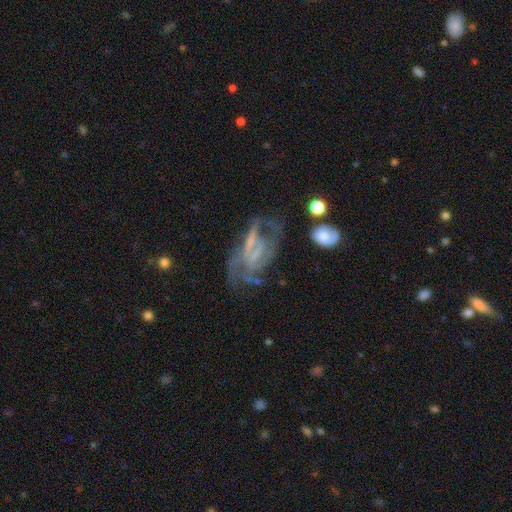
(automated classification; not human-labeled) Smooth or featured?
  - featured or disk: 67% *
  - star or artifact: 18%
  - smooth: 15%
Edge-on disk?
  - no: 95% *
  - yes: 5%
Bar?
  - no: 51% *
  - weak: 37%
  - strong: 12%
Spiral arms?
  - yes: 86% *
  - no: 14%
Spiral winding?
  - tight: 44% *
  - medium: 42%
  - loose: 14%
Spiral arm count?
  - can't tell: 33% *
  - 2: 26%
  - 3: 19%
  - 4: 9%
  - 1: 7%
  - more than 4: 7%
Bulge size?
  - small: 57% *
  - none: 22%
  - moderate: 17%
  - large: 2%
  - dominant: 2%
Merging?
  - none: 65% *
  - minor disturbance: 17%
  - major disturbance: 12%
  - merger: 5%